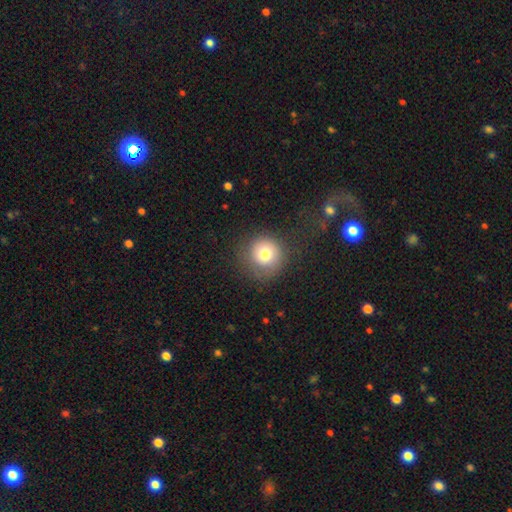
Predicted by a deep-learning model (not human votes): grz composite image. It shows a smooth galaxy with no disk features (73%) that is round (92%). Merging: none (68%).